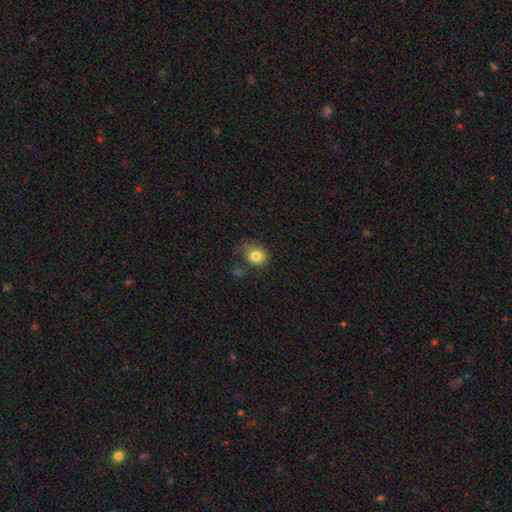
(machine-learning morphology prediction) Smooth or featured?
  - smooth: 81% *
  - star or artifact: 10%
  - featured or disk: 9%
How rounded?
  - round: 67% *
  - in between: 32%
  - cigar-shaped: 1%
Merging?
  - none: 59% *
  - minor disturbance: 25%
  - major disturbance: 10%
  - merger: 6%